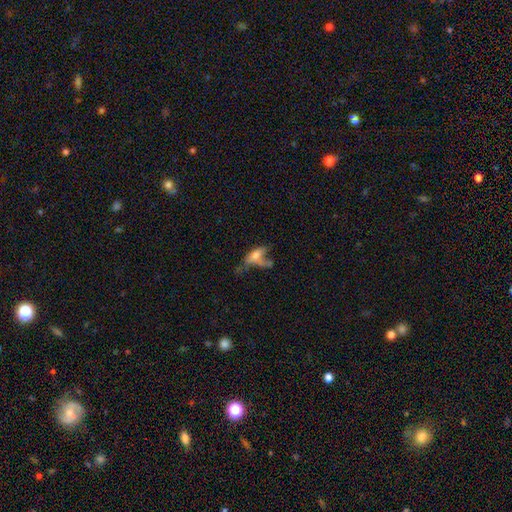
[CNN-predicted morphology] This appears to be a smooth galaxy with no disk features (52%) that is in between round and cigar-shaped (72%). Merging: major disturbance (32%).